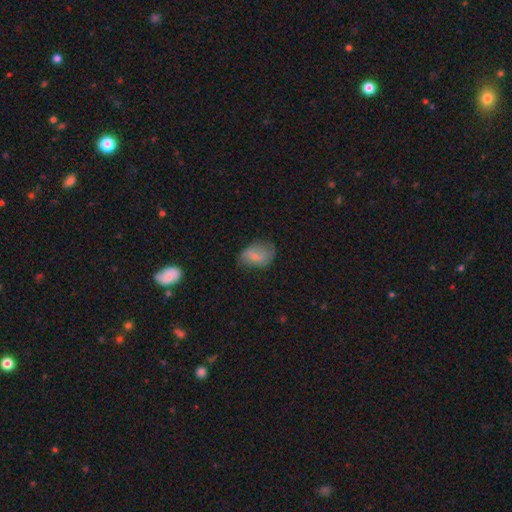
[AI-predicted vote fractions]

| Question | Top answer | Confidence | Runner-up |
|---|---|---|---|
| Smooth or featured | smooth | 65% | featured or disk (26%) |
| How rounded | in between | 80% | round (18%) |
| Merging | none | 51% | minor disturbance (32%) |